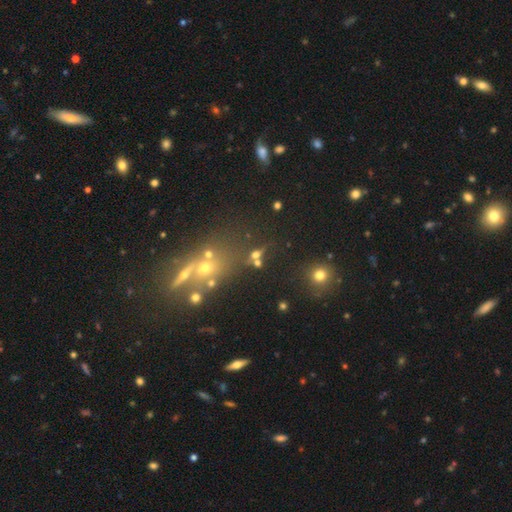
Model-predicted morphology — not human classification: Q: Smooth or featured?
A: smooth (50%); runner-up: star or artifact (29%)
Q: Merging?
A: none (54%); runner-up: merger (24%)